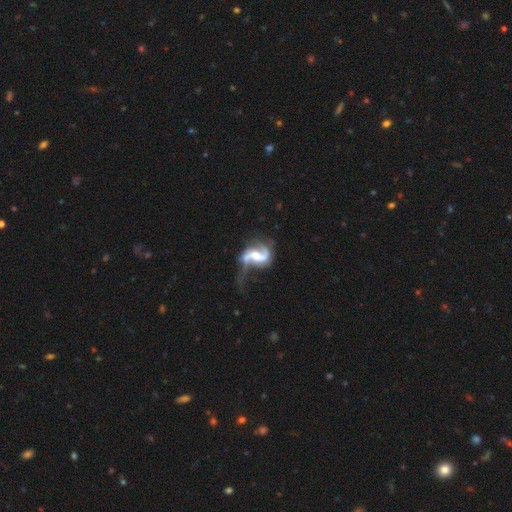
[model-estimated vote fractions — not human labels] smooth_or_featured: featured or disk (p=0.89) [alt: smooth p=0.06]
disk_edge_on: no (p=0.98) [alt: yes p=0.02]
bar: weak (p=0.41) [alt: no p=0.31]
has_spiral_arms: yes (p=0.96) [alt: no p=0.04]
spiral_winding: loose (p=0.61) [alt: medium p=0.31]
spiral_arm_count: 2 (p=0.89) [alt: 1 p=0.04]
bulge_size: moderate (p=0.57) [alt: small p=0.31]
merging: none (p=0.41) [alt: major disturbance p=0.29]